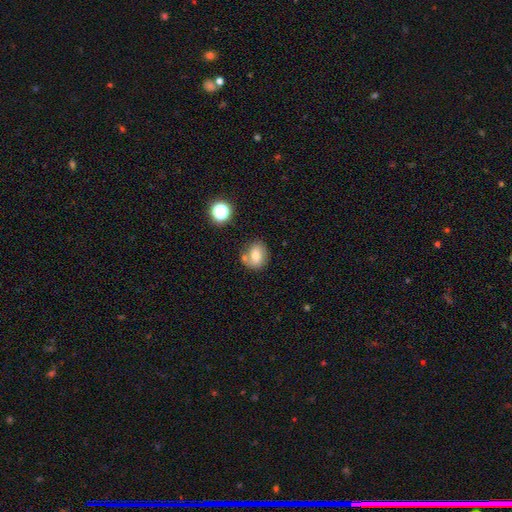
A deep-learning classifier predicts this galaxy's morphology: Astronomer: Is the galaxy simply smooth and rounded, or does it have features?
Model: smooth — 71%.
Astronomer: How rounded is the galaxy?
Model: in between — 54% (runner-up: round, 45%).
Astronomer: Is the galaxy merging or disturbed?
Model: none — 56%.